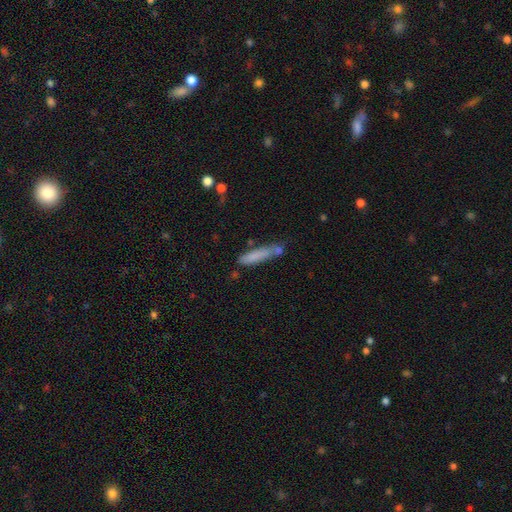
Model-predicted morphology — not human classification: This is likely a smooth galaxy (77%). How rounded: clearly cigar-shaped (84%). Merging: possibly none (59%).